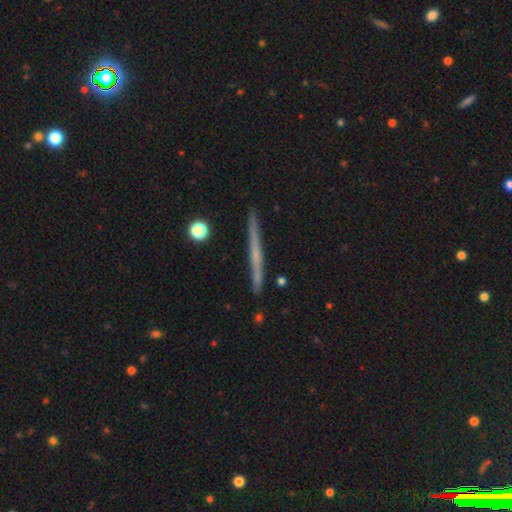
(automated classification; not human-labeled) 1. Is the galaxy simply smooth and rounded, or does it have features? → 59% featured or disk, 34% smooth, 8% star or artifact.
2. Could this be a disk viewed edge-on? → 98% yes, 2% no.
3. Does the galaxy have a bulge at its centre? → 77% none, 18% rounded, 5% boxy.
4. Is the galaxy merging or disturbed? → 91% none, 7% minor disturbance, 1% merger, 1% major disturbance.